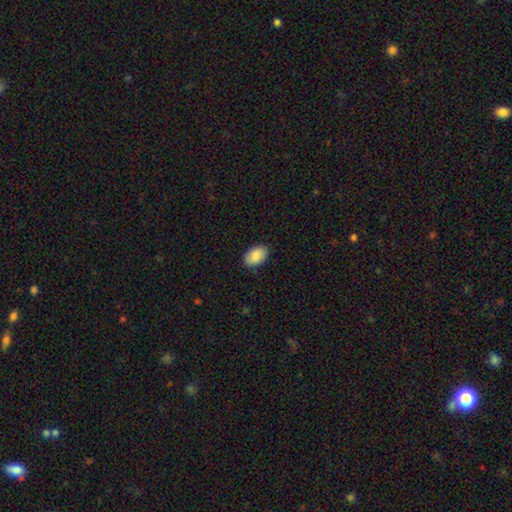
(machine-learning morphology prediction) smooth-or-featured: smooth: 85% | featured or disk: 9% | star or artifact: 6%
  how-rounded: in between: 89% | round: 10% | cigar-shaped: 1%
  merging: none: 87% | minor disturbance: 10% | major disturbance: 2% | merger: 1%